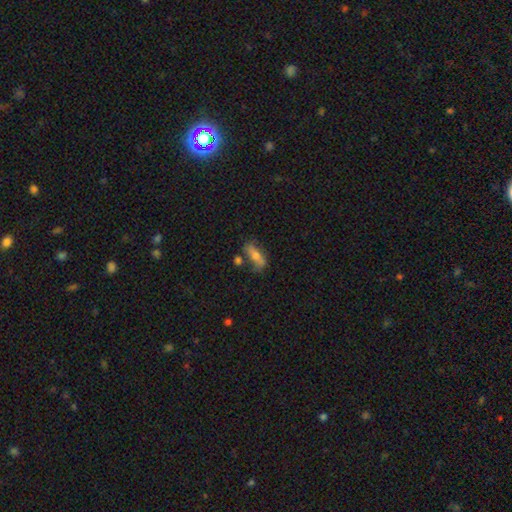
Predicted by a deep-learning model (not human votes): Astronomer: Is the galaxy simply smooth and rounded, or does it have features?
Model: smooth — 59%.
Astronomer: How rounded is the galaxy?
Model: in between — 57% (runner-up: cigar-shaped, 39%).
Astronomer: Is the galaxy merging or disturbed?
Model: none — 59%.